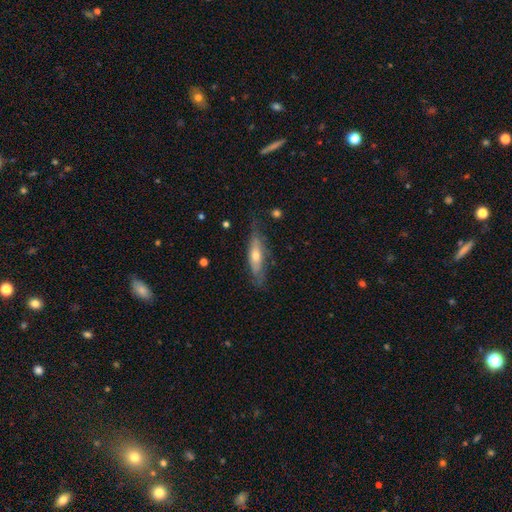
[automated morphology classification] This is possibly a featured or disk galaxy (50%). It is possibly viewed edge-on (58%). Merging: likely none (67%).